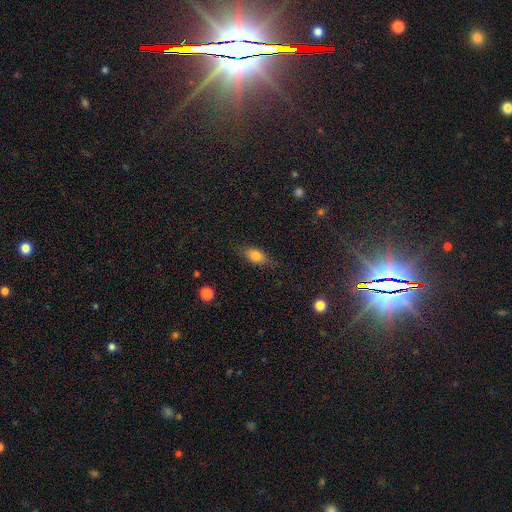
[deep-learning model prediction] A smooth galaxy with no disk features (76%) that is in between round and cigar-shaped (79%).

Vote fractions:
- Smooth or featured? smooth: 76% / featured or disk: 15% / star or artifact: 9%
- How rounded? in between: 79% / cigar-shaped: 11% / round: 10%
- Merging? none: 77% / minor disturbance: 17% / major disturbance: 5% / merger: 1%